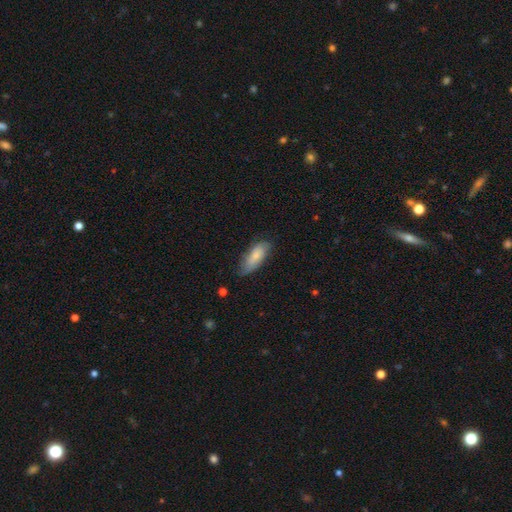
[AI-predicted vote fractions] Morphology: type=smooth (71%); roundness=in between (77%); merging=none (63%).